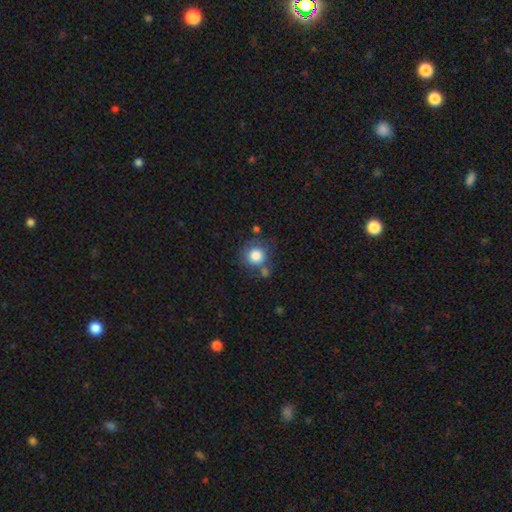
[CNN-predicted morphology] A smooth galaxy with no disk features (81%) that is round (92%).

Vote fractions:
- Smooth or featured? smooth: 81% / star or artifact: 10% / featured or disk: 9%
- How rounded? round: 92% / in between: 7% / cigar-shaped: 1%
- Merging? none: 66% / minor disturbance: 14% / merger: 14% / major disturbance: 6%